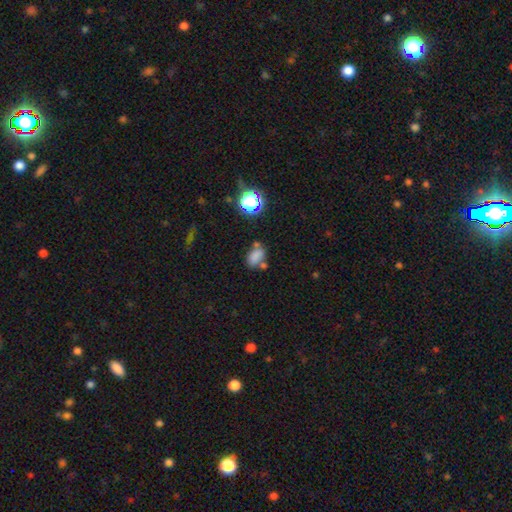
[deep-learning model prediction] Smooth or featured? Predicted: smooth (p=0.75). How rounded? Predicted: in between (p=0.83). Merging? Predicted: none (p=0.55).